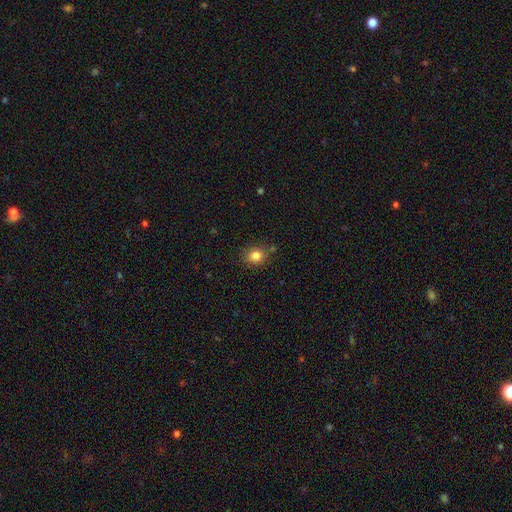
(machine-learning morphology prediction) type=smooth (83%); roundness=round (67%); merging=none (80%).